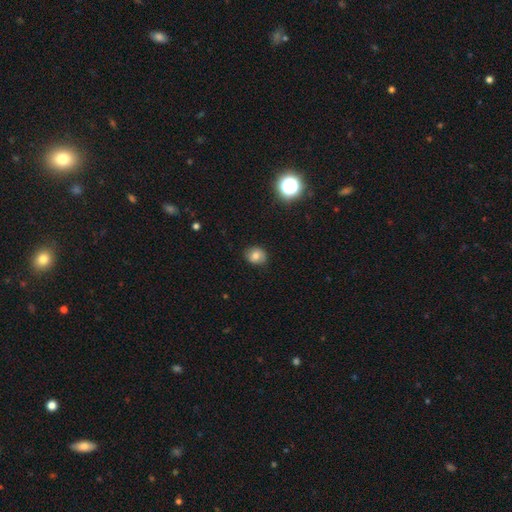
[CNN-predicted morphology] Smooth or featured?
  - smooth: 75% *
  - featured or disk: 13%
  - star or artifact: 12%
How rounded?
  - round: 69% *
  - in between: 31%
  - cigar-shaped: 1%
Merging?
  - none: 82% *
  - minor disturbance: 14%
  - major disturbance: 3%
  - merger: 1%